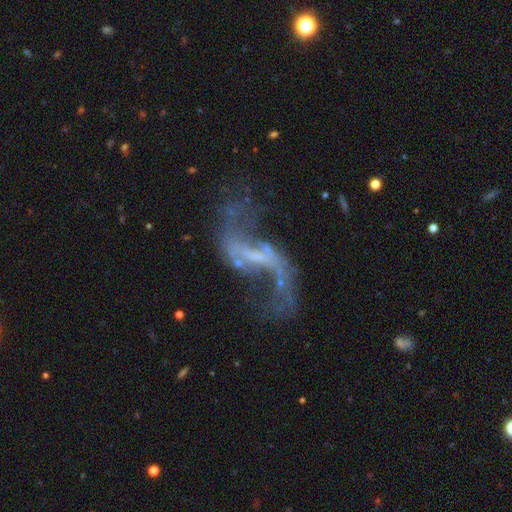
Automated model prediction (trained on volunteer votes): smooth_or_featured: featured or disk (p=0.86) [alt: star or artifact p=0.09]
disk_edge_on: no (p=0.95) [alt: yes p=0.05]
bar: weak (p=0.42) [alt: strong p=0.39]
has_spiral_arms: yes (p=0.87) [alt: no p=0.13]
spiral_winding: loose (p=0.89) [alt: medium p=0.08]
spiral_arm_count: 2 (p=0.90) [alt: 1 p=0.04]
bulge_size: none (p=0.50) [alt: small p=0.36]
merging: none (p=0.52) [alt: major disturbance p=0.25]